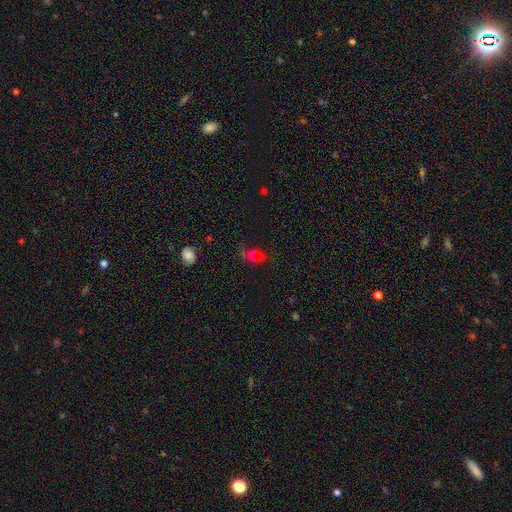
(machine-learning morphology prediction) smooth_or_featured: smooth (p=0.57) [alt: featured or disk p=0.24]
how_rounded: in between (p=0.75) [alt: round p=0.19]
merging: none (p=0.55) [alt: minor disturbance p=0.26]